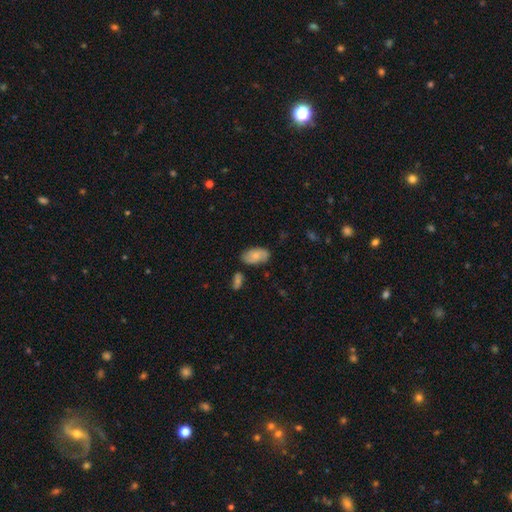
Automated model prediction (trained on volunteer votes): A smooth galaxy with no disk features (70%) that is in between round and cigar-shaped (94%). Merging: none (72%).